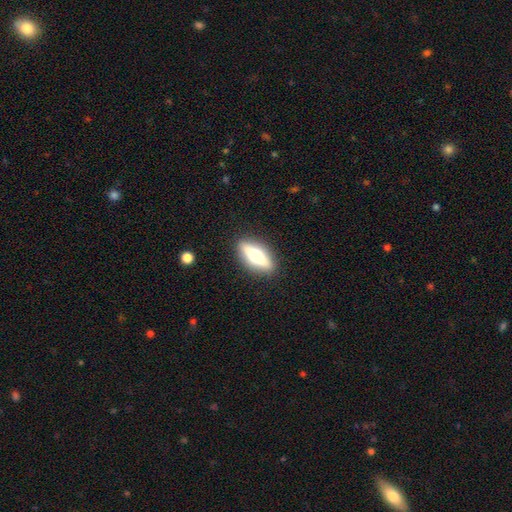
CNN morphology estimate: Smooth or featured? featured or disk (53%)
Edge-on disk? yes (86%)
Merging? none (89%)